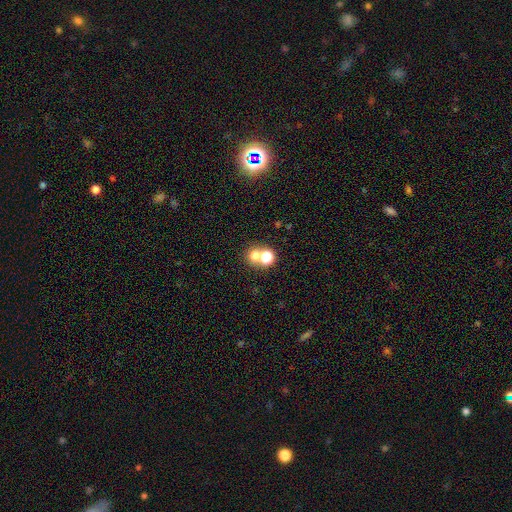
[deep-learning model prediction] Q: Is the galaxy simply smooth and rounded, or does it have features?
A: smooth — 69%.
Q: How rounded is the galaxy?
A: round — 81%.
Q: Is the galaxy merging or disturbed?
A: none — 48%.